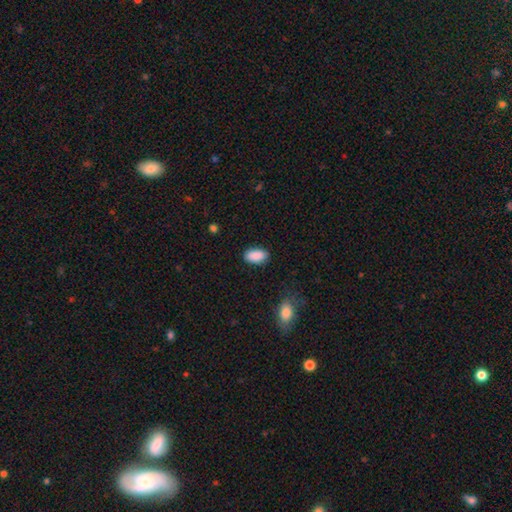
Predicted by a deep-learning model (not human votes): Smooth or featured? Predicted: smooth (p=0.90). How rounded? Predicted: in between (p=0.94). Merging? Predicted: none (p=0.86).